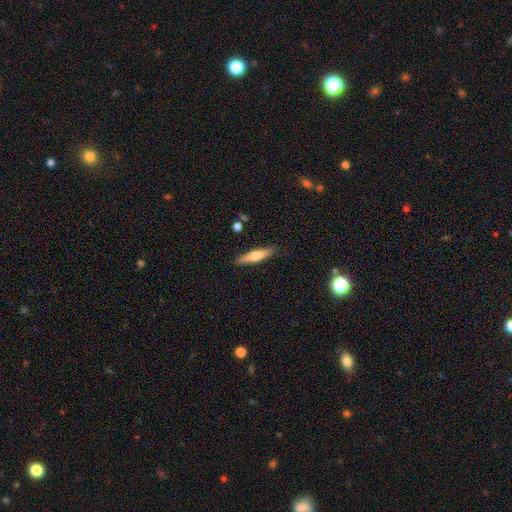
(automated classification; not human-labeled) This appears to be a smooth galaxy with no disk features (65%) that is cigar-shaped (82%). Merging: none (87%).